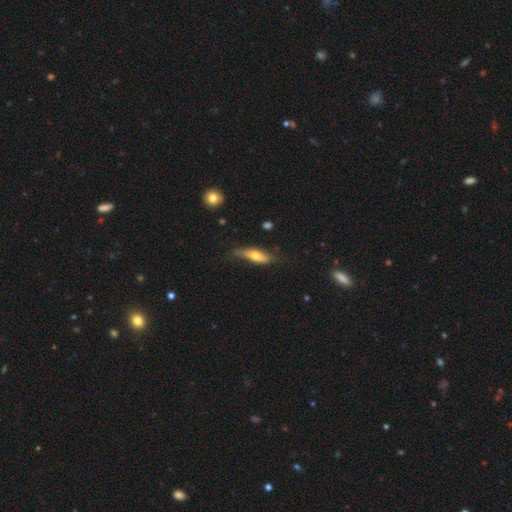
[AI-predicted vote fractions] Morphology: type=smooth (60%); roundness=cigar-shaped (50%); merging=none (52%).